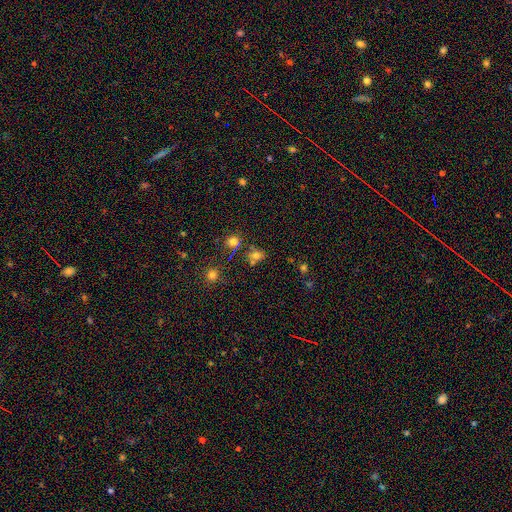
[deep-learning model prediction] This appears to be a smooth galaxy with no disk features (65%) that is round (63%). Merging: none (61%).